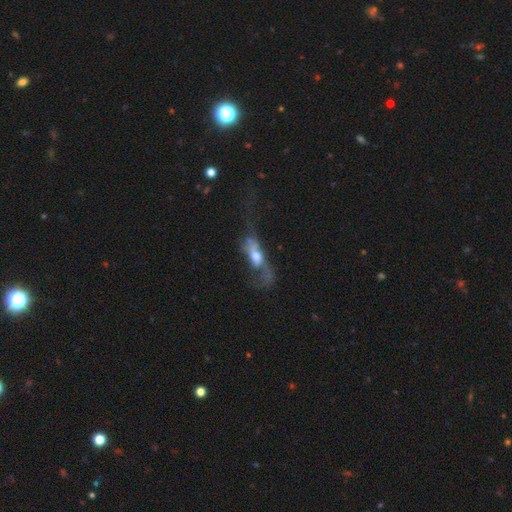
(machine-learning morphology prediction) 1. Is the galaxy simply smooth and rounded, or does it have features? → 57% featured or disk, 31% smooth, 12% star or artifact.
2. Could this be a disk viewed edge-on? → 73% no, 27% yes.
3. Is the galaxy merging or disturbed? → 53% major disturbance, 24% none, 15% minor disturbance, 8% merger.